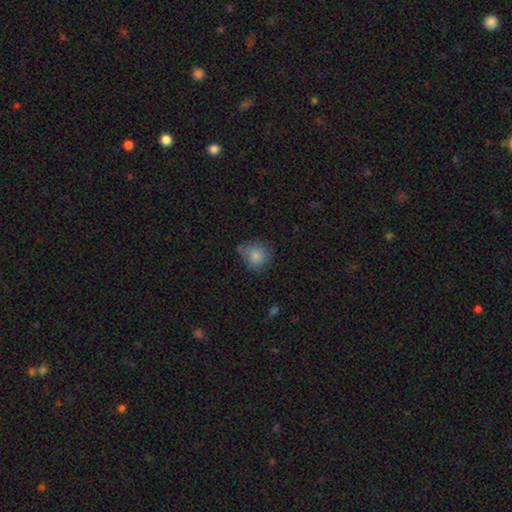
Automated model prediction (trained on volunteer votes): Q: Smooth or featured?
A: smooth (82%); runner-up: star or artifact (9%)
Q: How rounded?
A: round (79%); runner-up: in between (20%)
Q: Merging?
A: none (57%); runner-up: minor disturbance (28%)